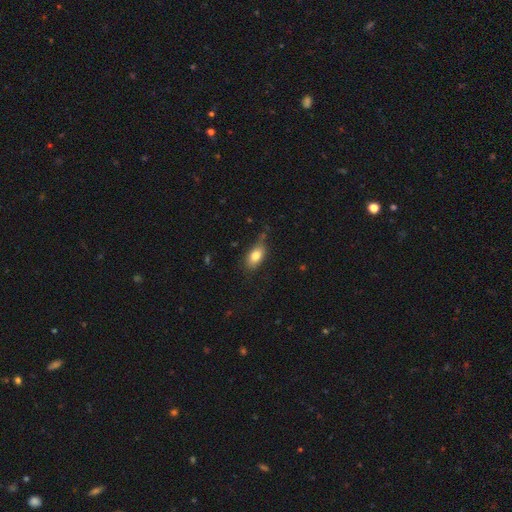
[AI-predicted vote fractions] Smooth or featured? Predicted: smooth (p=0.80). How rounded? Predicted: in between (p=0.86). Merging? Predicted: none (p=0.66).